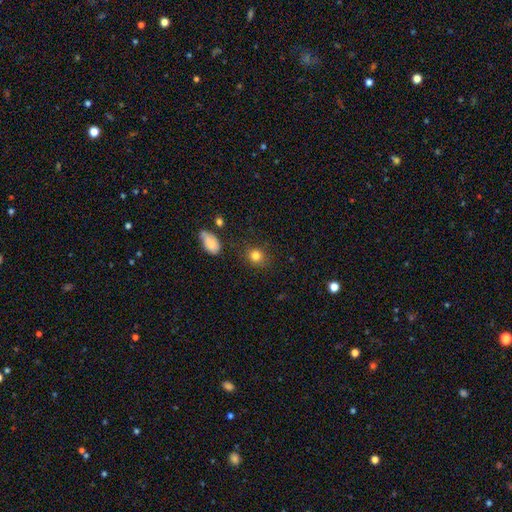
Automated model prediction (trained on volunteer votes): Smooth or featured?
  - smooth: 82% *
  - star or artifact: 11%
  - featured or disk: 7%
How rounded?
  - round: 72% *
  - in between: 27%
  - cigar-shaped: 1%
Merging?
  - none: 80% *
  - minor disturbance: 14%
  - major disturbance: 4%
  - merger: 3%